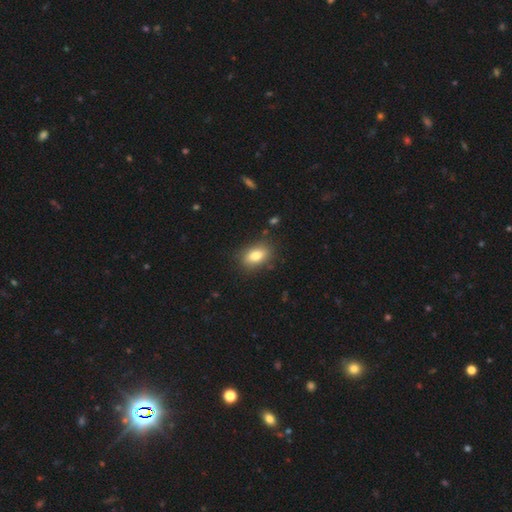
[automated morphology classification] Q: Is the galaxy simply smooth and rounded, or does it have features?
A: smooth — 81%.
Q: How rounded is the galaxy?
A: in between — 85%.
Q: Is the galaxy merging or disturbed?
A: none — 83%.